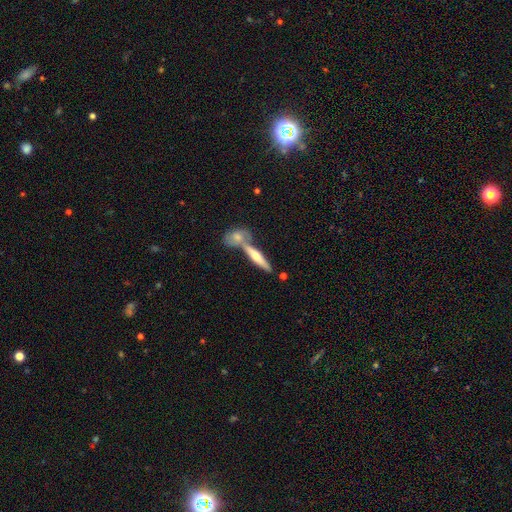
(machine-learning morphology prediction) Overall: featured or disk (54%; smooth 40%). Edge-on disk: yes (91%). Merging: none (52%; merger 35%).